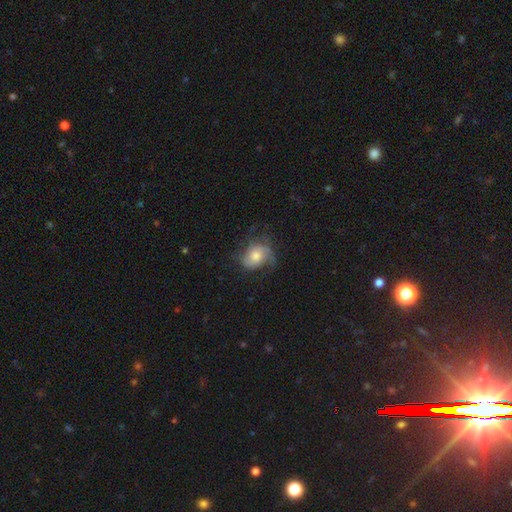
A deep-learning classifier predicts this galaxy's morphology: smooth-or-featured: featured or disk: 52% | smooth: 39% | star or artifact: 9%
  disk-edge-on: no: 97% | yes: 3%
    bar: no: 74% | weak: 22% | strong: 4%
    has-spiral-arms: yes: 84% | no: 16%
    bulge-size: moderate: 56% | large: 20% | small: 18% | none: 3% | dominant: 3%
  merging: none: 54% | minor disturbance: 25% | major disturbance: 20% | merger: 1%